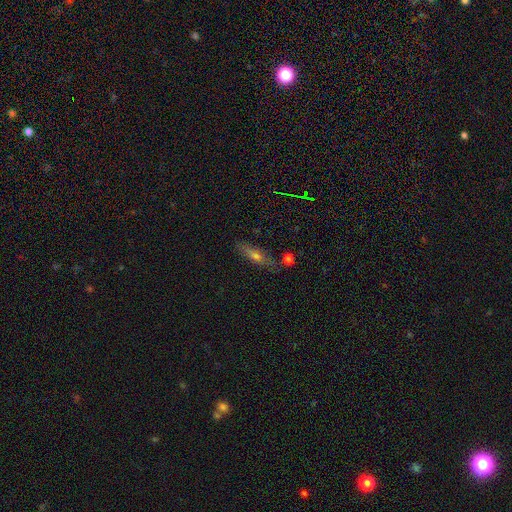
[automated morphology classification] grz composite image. It shows a smooth galaxy with no disk features (44%). Merging: none (76%).